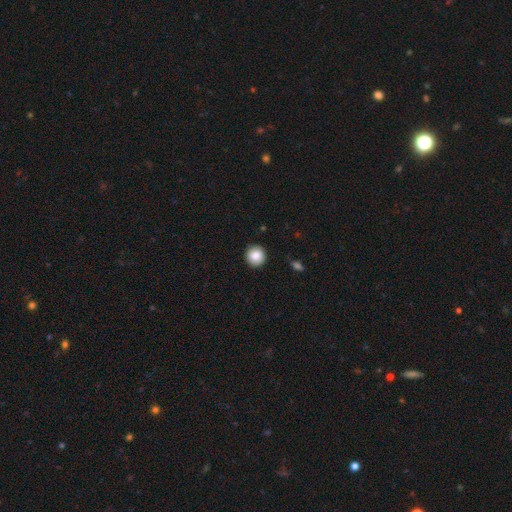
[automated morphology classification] Q: Smooth or featured?
A: smooth (87%); runner-up: star or artifact (8%)
Q: How rounded?
A: round (93%); runner-up: in between (6%)
Q: Merging?
A: none (90%); runner-up: minor disturbance (7%)